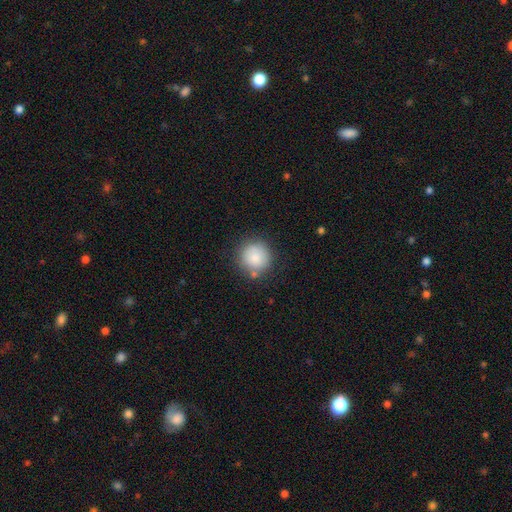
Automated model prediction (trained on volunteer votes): A smooth galaxy with no disk features (85%) that is round (93%).

Vote fractions:
- Smooth or featured? smooth: 85% / star or artifact: 8% / featured or disk: 7%
- How rounded? round: 93% / in between: 6% / cigar-shaped: 1%
- Merging? none: 79% / minor disturbance: 13% / merger: 5% / major disturbance: 4%